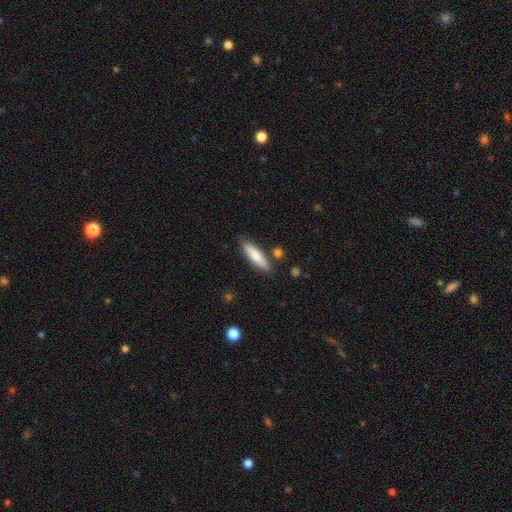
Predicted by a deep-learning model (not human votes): smooth_or_featured: smooth (p=0.69) [alt: featured or disk p=0.25]
how_rounded: cigar-shaped (p=0.69) [alt: in between p=0.30]
merging: none (p=0.82) [alt: minor disturbance p=0.11]